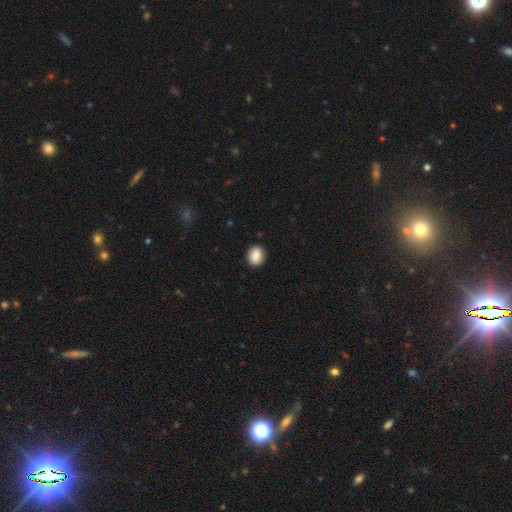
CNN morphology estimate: smooth 84%, featured or disk 8%, star or artifact 8%. Down the decision tree: how rounded — round (53%); merging — none (89%).